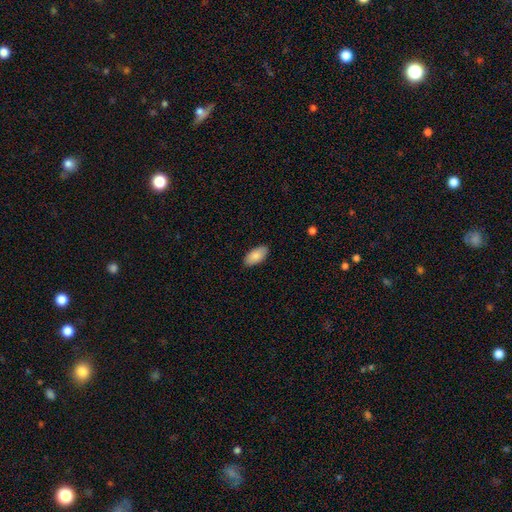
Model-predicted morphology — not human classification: smooth_or_featured: smooth (p=0.87) [alt: featured or disk p=0.07]
how_rounded: in between (p=0.94) [alt: cigar-shaped p=0.04]
merging: none (p=0.88) [alt: minor disturbance p=0.09]